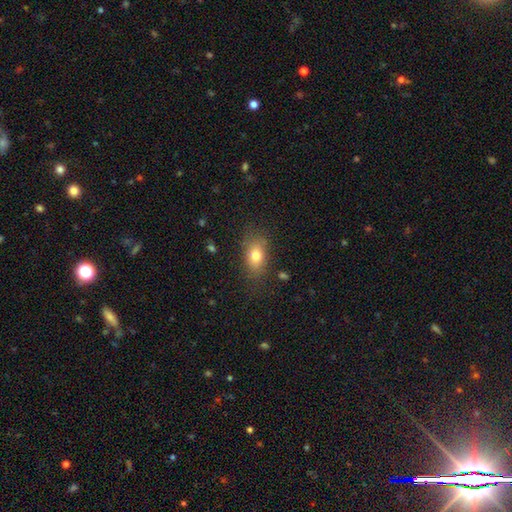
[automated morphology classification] smooth 78%, featured or disk 13%, star or artifact 10%. Down the decision tree: how rounded — in between (81%); merging — none (75%).